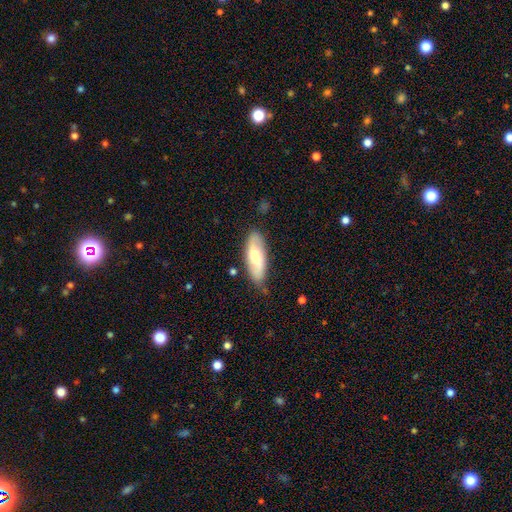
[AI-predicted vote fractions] This is possibly a smooth galaxy (50%). Merging: likely none (79%).